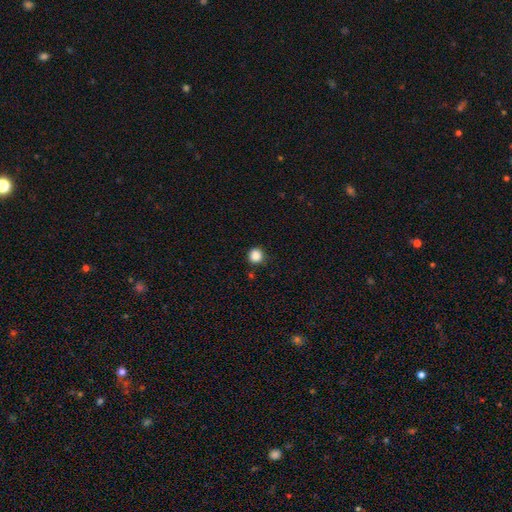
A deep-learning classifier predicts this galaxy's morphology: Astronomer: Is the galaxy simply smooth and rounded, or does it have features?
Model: smooth — 87%.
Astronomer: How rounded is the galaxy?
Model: round — 91%.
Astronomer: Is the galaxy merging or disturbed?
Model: none — 86%.